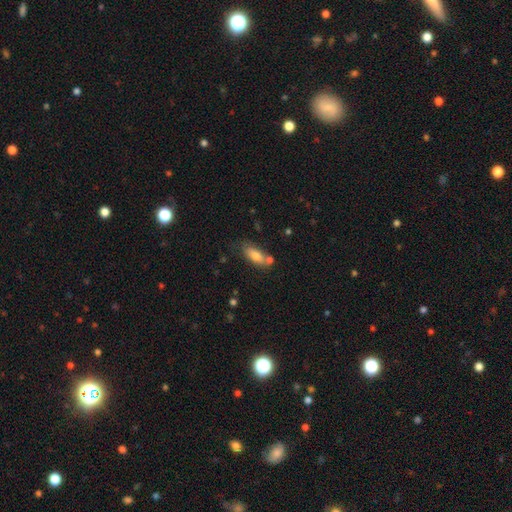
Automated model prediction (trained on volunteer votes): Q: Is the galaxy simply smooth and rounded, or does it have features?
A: smooth — 77%.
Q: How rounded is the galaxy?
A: in between — 78%.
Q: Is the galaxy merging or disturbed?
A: none — 57%.